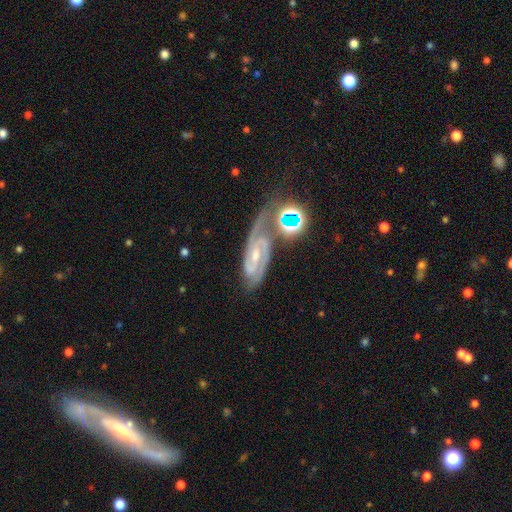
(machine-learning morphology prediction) The model was most divided on "spiral winding": tight: 49%, medium: 43%, loose: 8%. Remaining: spiral arms — yes (98%); edge-on disk — no (95%); spiral arm count — 2 (87%); smooth or featured — featured or disk (85%); bulge size — small (59%); merging — none (58%); bar — weak (45%).